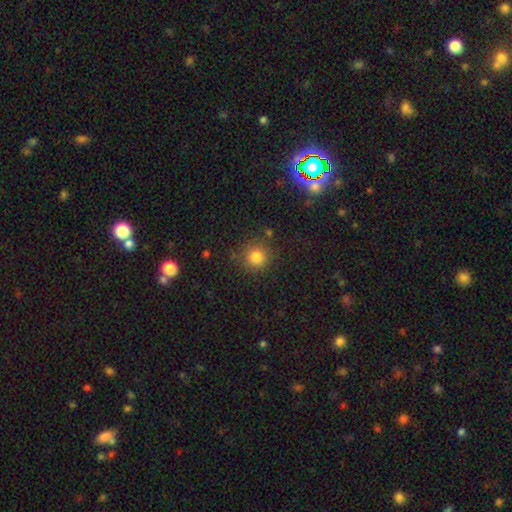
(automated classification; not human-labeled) Smooth or featured?
  - smooth: 80% *
  - star or artifact: 14%
  - featured or disk: 5%
How rounded?
  - round: 93% *
  - in between: 6%
  - cigar-shaped: 1%
Merging?
  - none: 85% *
  - minor disturbance: 9%
  - major disturbance: 3%
  - merger: 3%